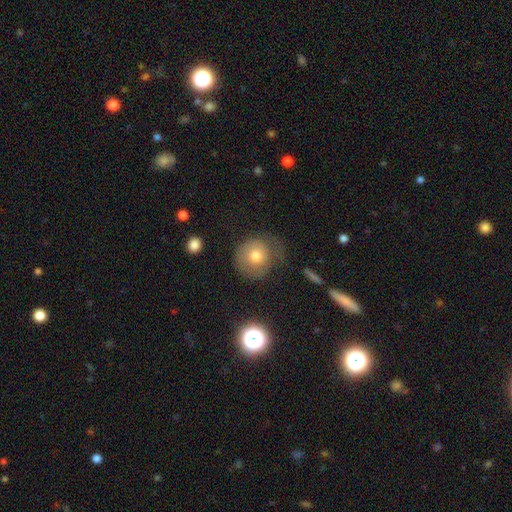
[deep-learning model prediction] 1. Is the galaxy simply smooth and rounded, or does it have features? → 70% smooth, 20% featured or disk, 10% star or artifact.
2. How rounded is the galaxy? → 87% round, 12% in between, 1% cigar-shaped.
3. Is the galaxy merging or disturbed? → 54% none, 26% minor disturbance, 18% major disturbance, 2% merger.